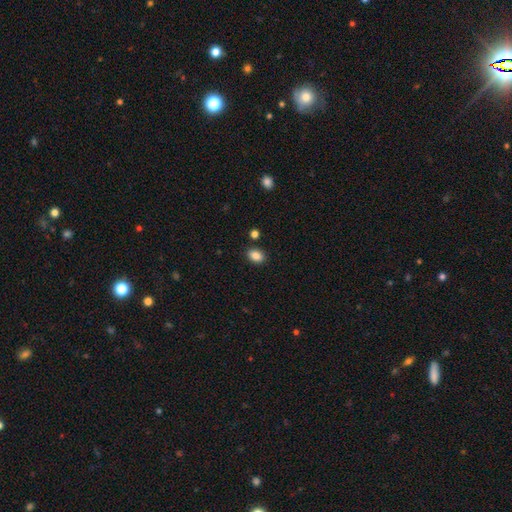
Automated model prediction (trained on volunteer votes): smooth_or_featured: smooth (p=0.86) [alt: star or artifact p=0.09]
how_rounded: in between (p=0.76) [alt: round p=0.23]
merging: none (p=0.87) [alt: minor disturbance p=0.08]